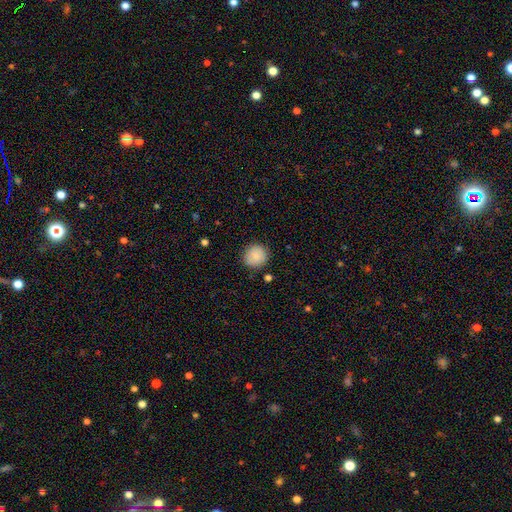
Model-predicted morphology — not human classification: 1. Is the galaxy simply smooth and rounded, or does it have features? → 87% smooth, 8% star or artifact, 5% featured or disk.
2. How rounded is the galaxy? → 91% round, 8% in between, 1% cigar-shaped.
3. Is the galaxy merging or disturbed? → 88% none, 8% minor disturbance, 2% major disturbance, 1% merger.